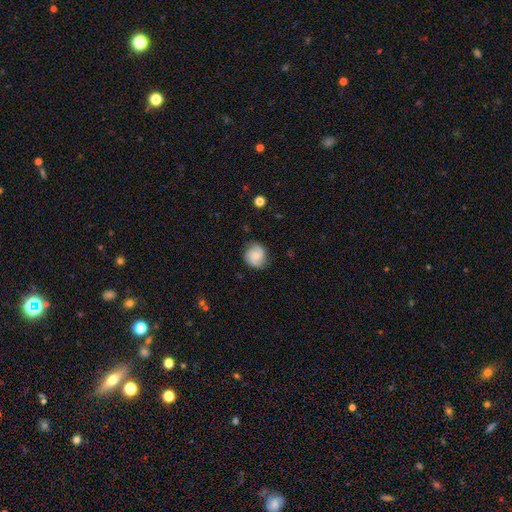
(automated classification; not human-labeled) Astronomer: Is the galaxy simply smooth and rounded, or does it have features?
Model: smooth — 53% (runner-up: featured or disk, 39%).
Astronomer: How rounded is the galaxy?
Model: round — 83%.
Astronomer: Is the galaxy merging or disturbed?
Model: none — 76%.